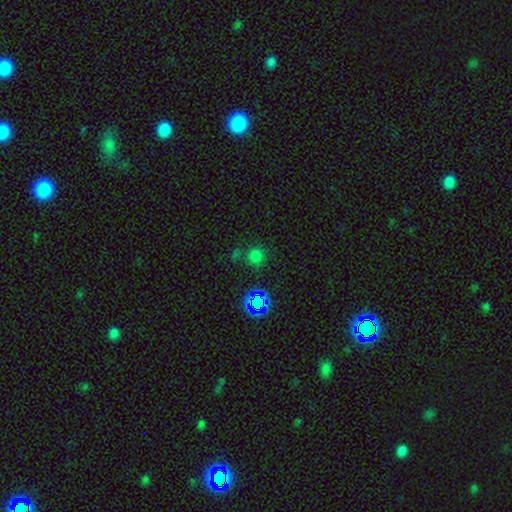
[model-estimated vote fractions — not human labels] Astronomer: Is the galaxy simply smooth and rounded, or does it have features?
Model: smooth — 64%.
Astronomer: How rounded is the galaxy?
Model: round — 89%.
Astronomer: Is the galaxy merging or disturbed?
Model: none — 72%.